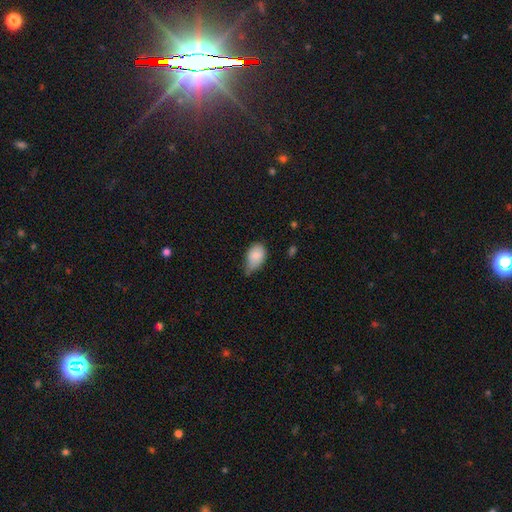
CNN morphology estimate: Smooth or featured?
  - smooth: 84% *
  - featured or disk: 9%
  - star or artifact: 8%
How rounded?
  - in between: 87% *
  - round: 11%
  - cigar-shaped: 1%
Merging?
  - minor disturbance: 49% *
  - none: 38%
  - major disturbance: 10%
  - merger: 4%